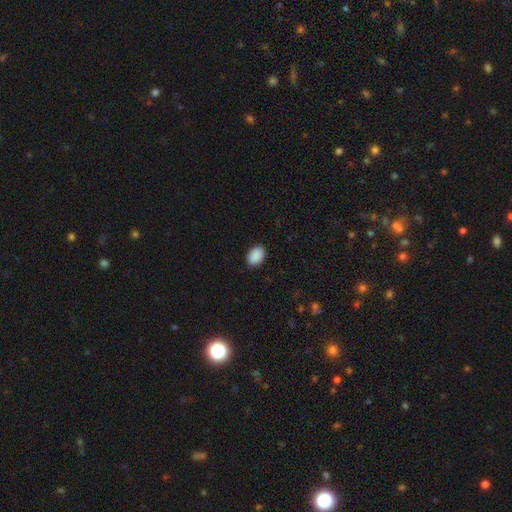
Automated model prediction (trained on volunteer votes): A smooth galaxy with no disk features (90%) that is in between round and cigar-shaped (82%).

Vote fractions:
- Smooth or featured? smooth: 90% / star or artifact: 7% / featured or disk: 3%
- How rounded? in between: 82% / round: 17% / cigar-shaped: 1%
- Merging? none: 89% / minor disturbance: 8% / major disturbance: 2% / merger: 1%